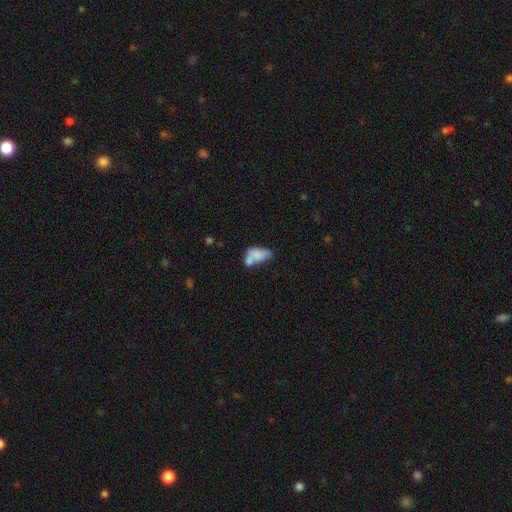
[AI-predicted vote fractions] A smooth galaxy with no disk features (70%) that is in between round and cigar-shaped (89%). Merging: merger (46%).